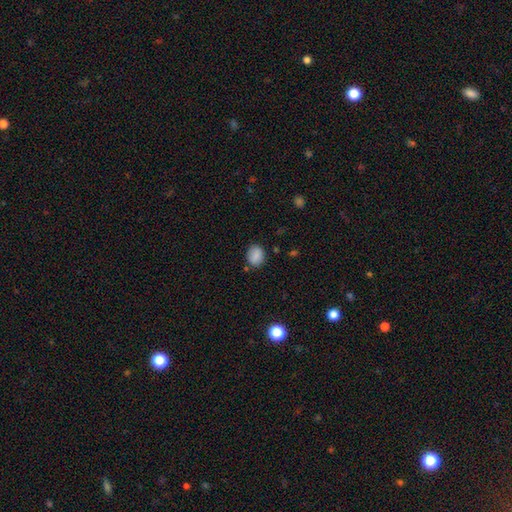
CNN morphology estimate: Smooth or featured: smooth — 86% (star or artifact — 9%)
How rounded: round — 52% (in between — 47%)
Merging: none — 80% (minor disturbance — 14%)